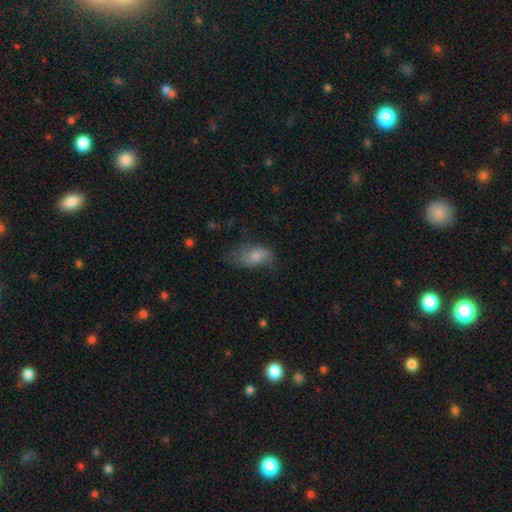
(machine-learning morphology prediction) Q: Smooth or featured?
A: smooth (61%); runner-up: featured or disk (29%)
Q: How rounded?
A: in between (88%); runner-up: round (6%)
Q: Merging?
A: none (47%); runner-up: minor disturbance (32%)